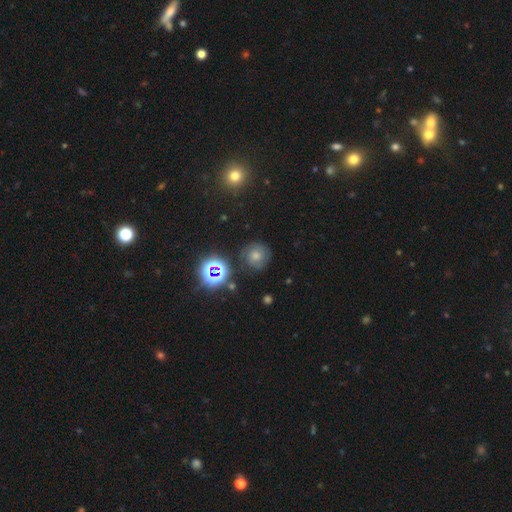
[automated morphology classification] This appears to be a smooth galaxy with no disk features (39%). Merging: none (76%).